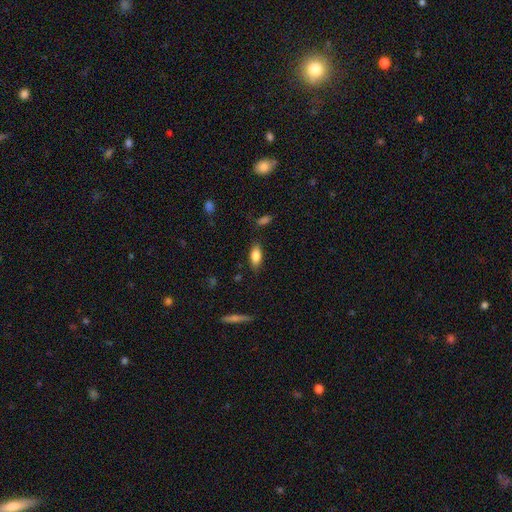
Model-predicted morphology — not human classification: Overall: smooth (82%). How rounded: in between (84%). Merging: none (82%).